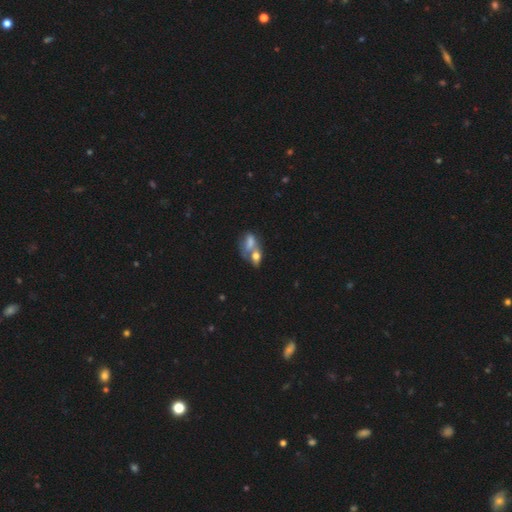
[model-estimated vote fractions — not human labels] Smooth or featured?
  - smooth: 64% *
  - featured or disk: 25%
  - star or artifact: 11%
How rounded?
  - in between: 77% *
  - round: 15%
  - cigar-shaped: 7%
Merging?
  - merger: 62% *
  - none: 22%
  - minor disturbance: 9%
  - major disturbance: 7%